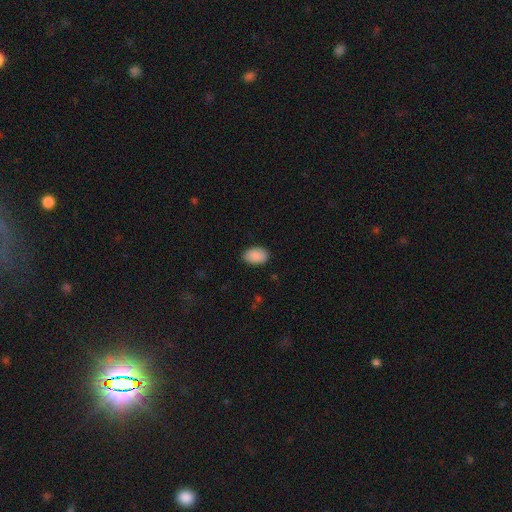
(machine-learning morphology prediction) Smooth or featured? Predicted: smooth (p=0.89). How rounded? Predicted: in between (p=0.91). Merging? Predicted: none (p=0.87).